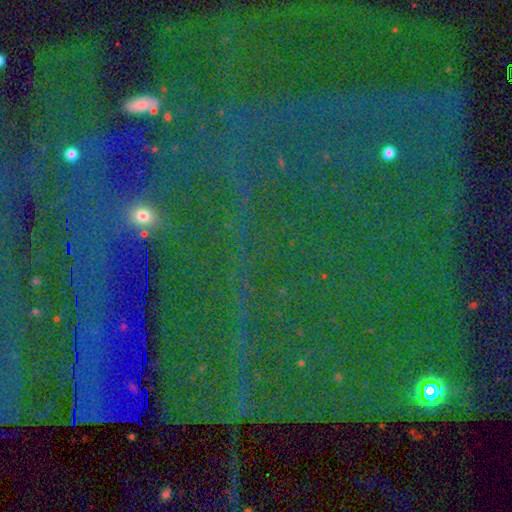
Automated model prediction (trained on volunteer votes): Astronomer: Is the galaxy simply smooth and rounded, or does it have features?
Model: star or artifact — 83%.